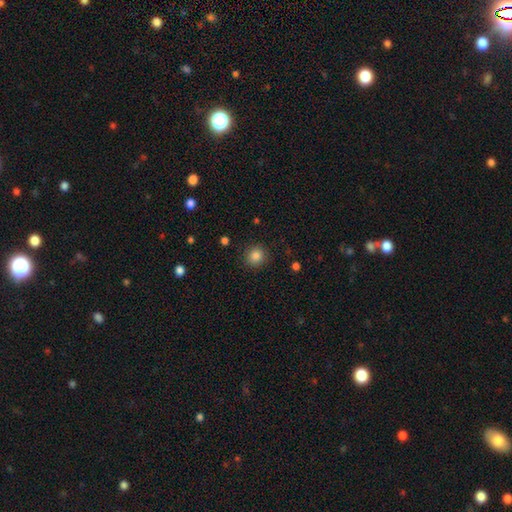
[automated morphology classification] Overall: smooth (85%). How rounded: round (90%). Merging: none (89%).